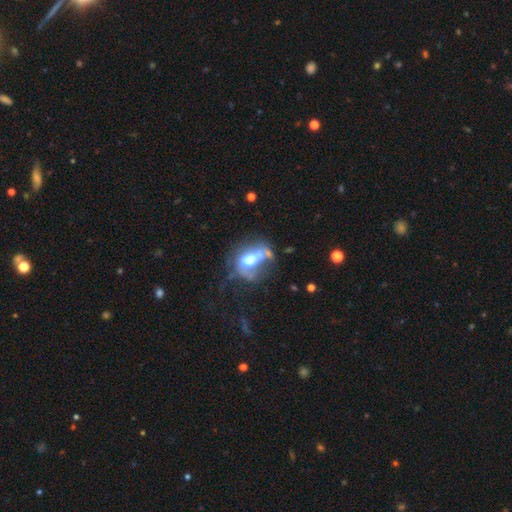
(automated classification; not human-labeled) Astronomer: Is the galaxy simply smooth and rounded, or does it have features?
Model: featured or disk — 44%, tied with smooth at 44%.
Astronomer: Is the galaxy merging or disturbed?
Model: major disturbance — 35% (runner-up: none, 24%).